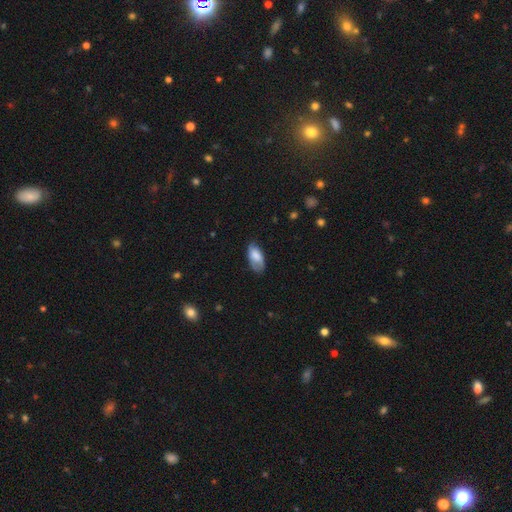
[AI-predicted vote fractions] The model was most divided on "merging": none: 59%, minor disturbance: 31%, major disturbance: 8%, merger: 2%. More confident: how rounded — in between (92%); smooth or featured — smooth (76%).